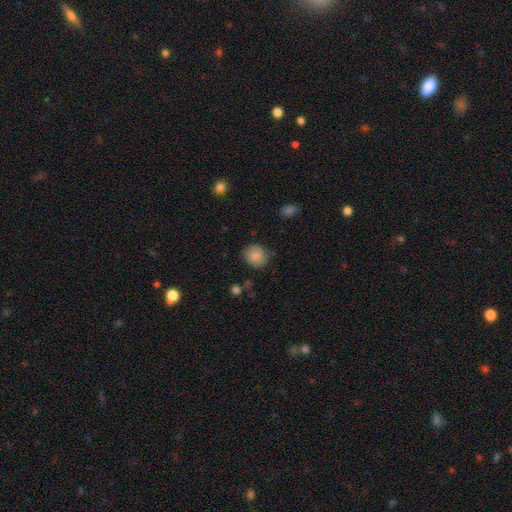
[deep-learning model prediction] The model was most divided on "merging": none: 76%, minor disturbance: 18%, major disturbance: 4%, merger: 2%. More confident: smooth or featured — smooth (84%); how rounded — round (81%).